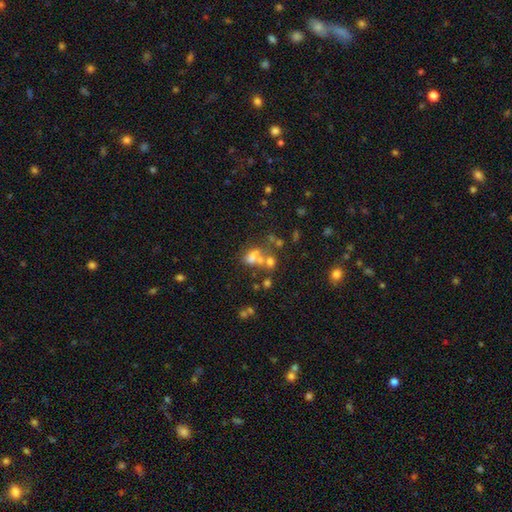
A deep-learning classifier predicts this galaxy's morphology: This is marginally a smooth galaxy (45%). Merging: marginally merger (41%).